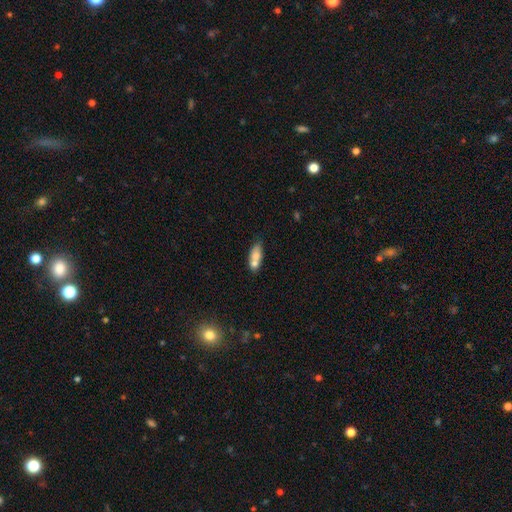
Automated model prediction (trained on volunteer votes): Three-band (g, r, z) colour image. It shows a smooth galaxy with no disk features (66%) that is in between round and cigar-shaped (72%). Merging: merger (47%).